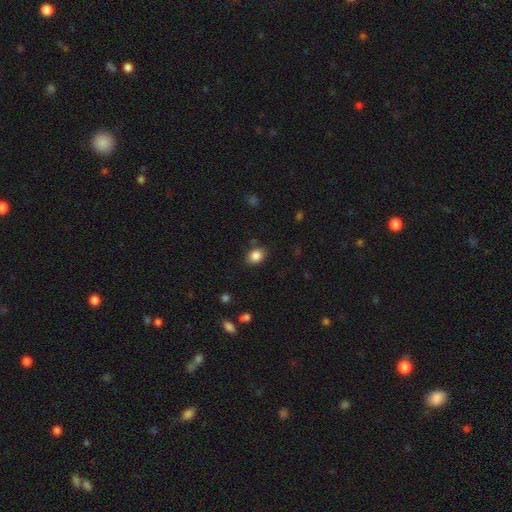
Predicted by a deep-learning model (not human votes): This appears to be a smooth galaxy with no disk features (85%) that is in between round and cigar-shaped (54%). Merging: none (84%).